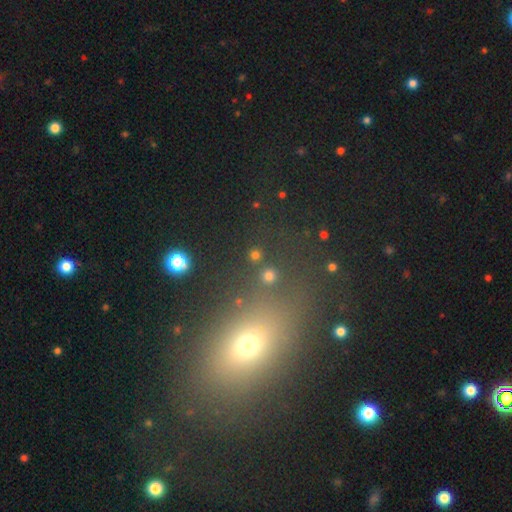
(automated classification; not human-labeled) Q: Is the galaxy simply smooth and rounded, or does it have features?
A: smooth — 64%.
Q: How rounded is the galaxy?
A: round — 86%.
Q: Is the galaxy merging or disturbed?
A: none — 80%.